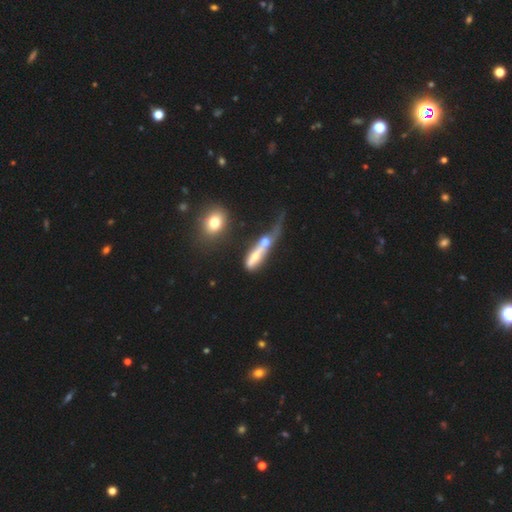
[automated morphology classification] Smooth or featured?
  - featured or disk: 49% *
  - smooth: 41%
  - star or artifact: 10%
Merging?
  - merger: 55% *
  - major disturbance: 23%
  - none: 13%
  - minor disturbance: 9%